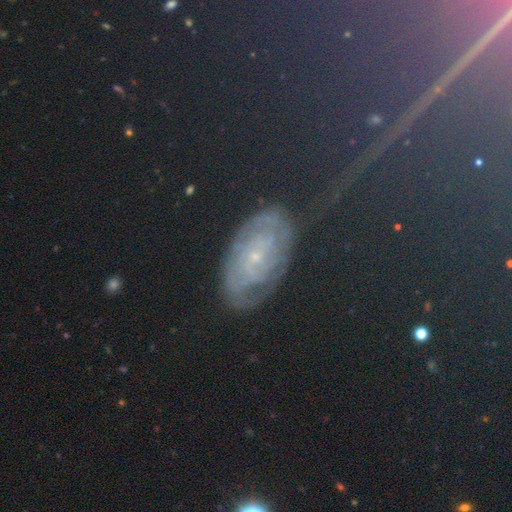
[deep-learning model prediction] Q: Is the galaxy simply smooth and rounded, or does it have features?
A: featured or disk — 41%.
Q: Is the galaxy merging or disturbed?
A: none — 81%.